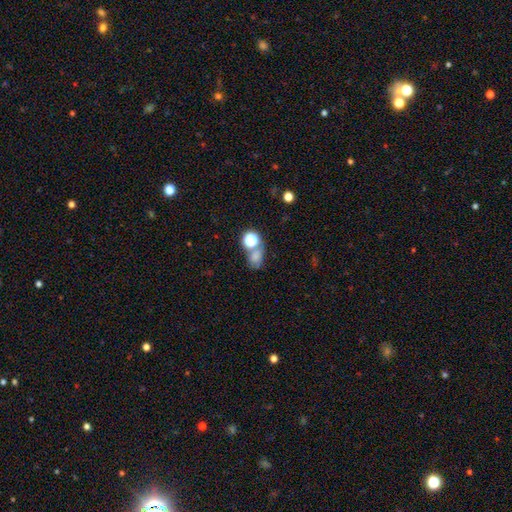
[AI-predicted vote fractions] Smooth or featured?
  - smooth: 62% *
  - star or artifact: 26%
  - featured or disk: 12%
How rounded?
  - in between: 51% *
  - round: 47%
  - cigar-shaped: 2%
Merging?
  - none: 43% *
  - merger: 34%
  - minor disturbance: 13%
  - major disturbance: 9%